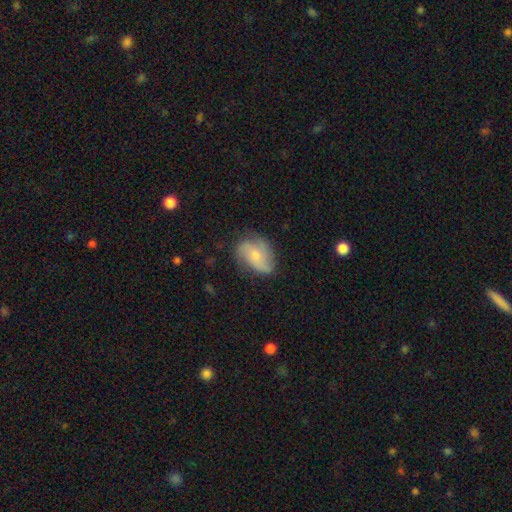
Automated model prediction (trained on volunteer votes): Smooth or featured? Predicted: featured or disk (p=0.60). Edge-on disk? Predicted: no (p=0.97). Bar? Predicted: no (p=0.73). Spiral arms? Predicted: yes (p=0.89). Spiral winding? Predicted: medium (p=0.43). Spiral arm count? Predicted: 3 (p=0.35). Bulge size? Predicted: small (p=0.51). Merging? Predicted: none (p=0.66).